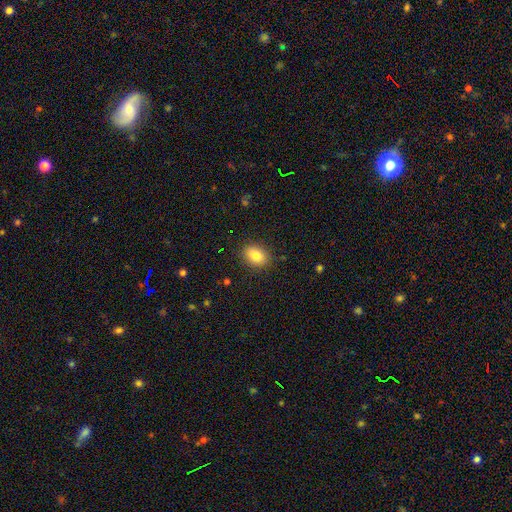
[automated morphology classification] type=smooth (85%); roundness=in between (78%); merging=none (86%).